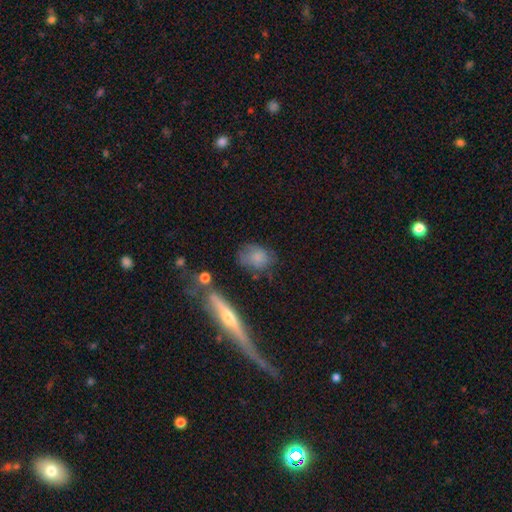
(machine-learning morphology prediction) A smooth galaxy with no disk features (65%) that is in between round and cigar-shaped (64%).

Vote fractions:
- Smooth or featured? smooth: 65% / featured or disk: 25% / star or artifact: 9%
- How rounded? in between: 64% / round: 27% / cigar-shaped: 8%
- Merging? none: 59% / minor disturbance: 25% / major disturbance: 10% / merger: 6%